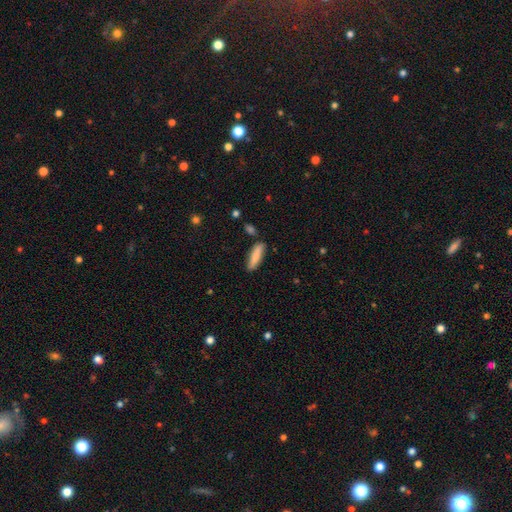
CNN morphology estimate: This is clearly a smooth galaxy (80%). How rounded: likely cigar-shaped (68%). Merging: clearly none (83%).